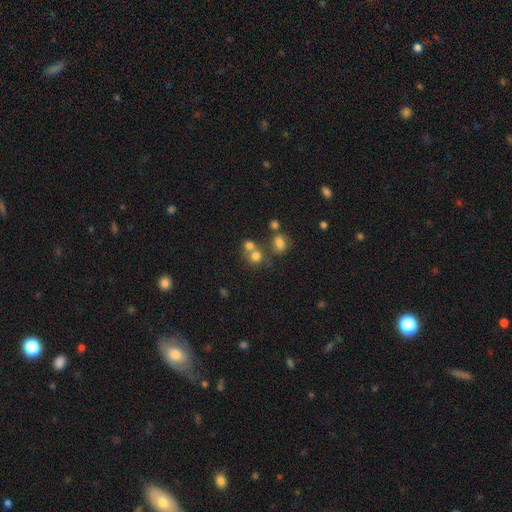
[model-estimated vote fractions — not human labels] Overall: smooth (73%). How rounded: round (78%). Merging: none (46%; merger 41%).